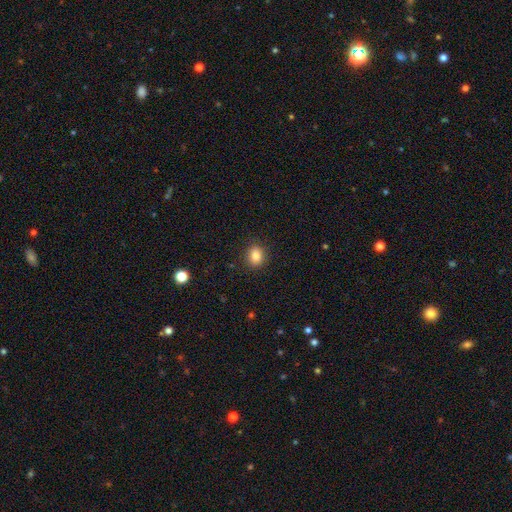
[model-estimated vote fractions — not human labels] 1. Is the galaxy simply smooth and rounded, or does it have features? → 84% smooth, 10% star or artifact, 5% featured or disk.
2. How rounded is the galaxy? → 56% round, 43% in between, 1% cigar-shaped.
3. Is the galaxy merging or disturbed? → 89% none, 8% minor disturbance, 2% major disturbance, 1% merger.